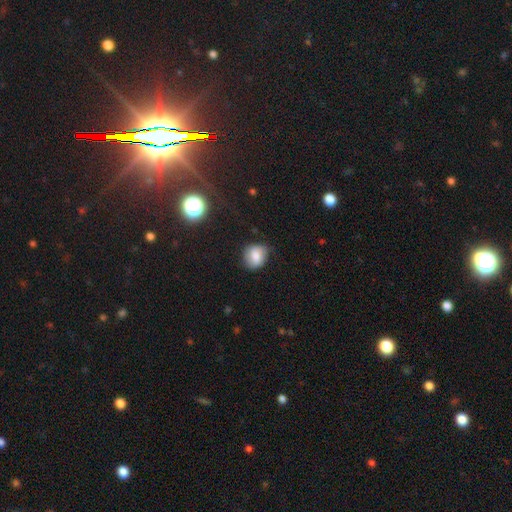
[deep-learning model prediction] smooth_or_featured: smooth (p=0.76) [alt: featured or disk p=0.14]
how_rounded: round (p=0.69) [alt: in between p=0.30]
merging: none (p=0.71) [alt: minor disturbance p=0.22]